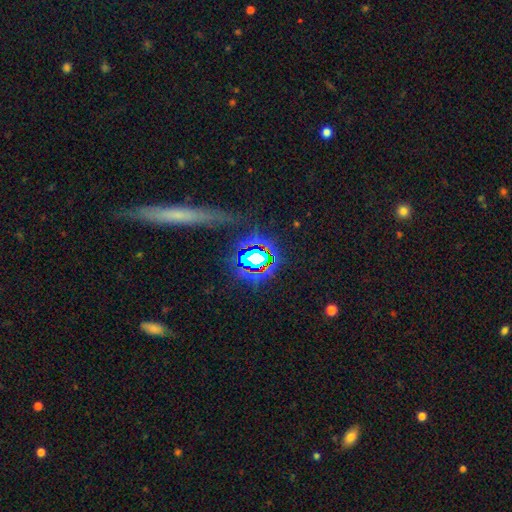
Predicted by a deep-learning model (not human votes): Smooth or featured?
  - star or artifact: 68% *
  - smooth: 18%
  - featured or disk: 14%